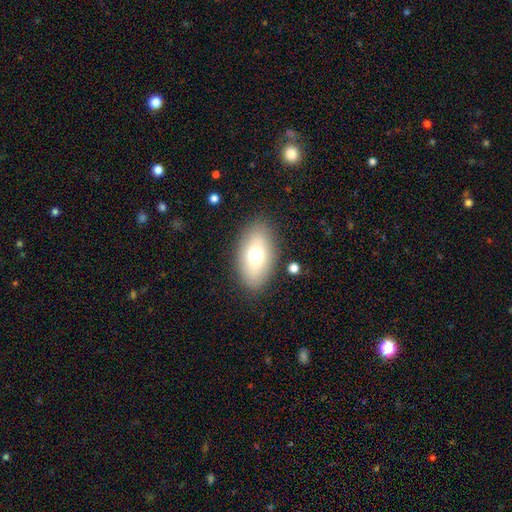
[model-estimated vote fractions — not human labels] Morphology: type=smooth (68%); roundness=in between (89%); merging=none (84%).